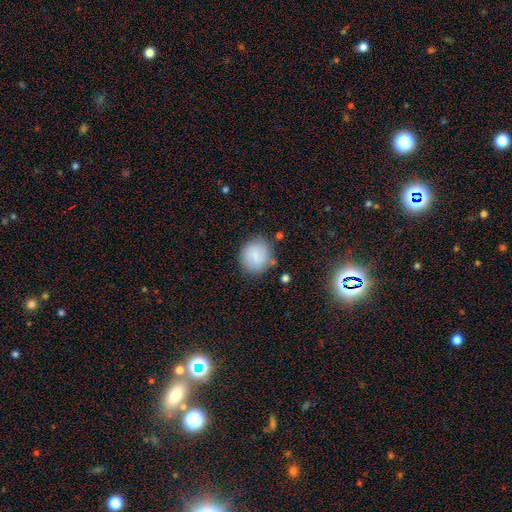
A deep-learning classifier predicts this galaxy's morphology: A smooth galaxy with no disk features (82%) that is round (84%).

Vote fractions:
- Smooth or featured? smooth: 82% / featured or disk: 10% / star or artifact: 7%
- How rounded? round: 84% / in between: 15% / cigar-shaped: 1%
- Merging? none: 80% / minor disturbance: 13% / major disturbance: 4% / merger: 3%